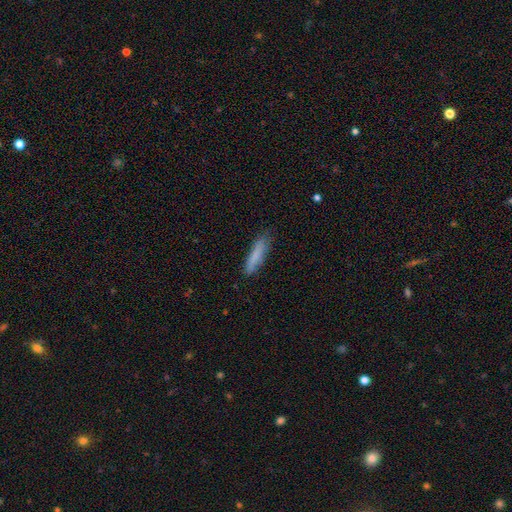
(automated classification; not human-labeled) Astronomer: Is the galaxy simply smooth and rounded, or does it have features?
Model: smooth — 81%.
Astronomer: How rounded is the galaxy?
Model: cigar-shaped — 83%.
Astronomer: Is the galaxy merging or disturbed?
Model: none — 79%.